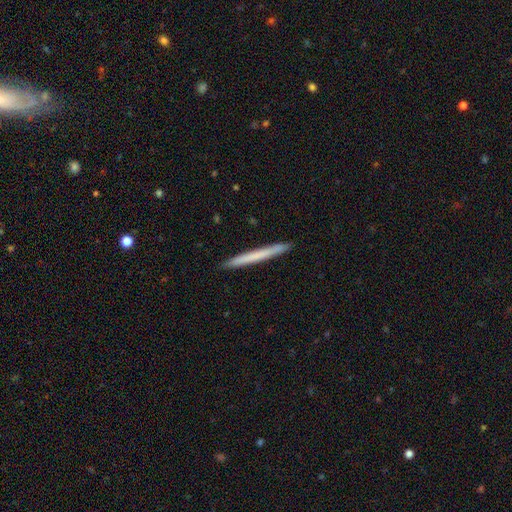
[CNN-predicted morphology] This is likely a smooth galaxy (62%). How rounded: clearly cigar-shaped (97%). Merging: clearly none (92%).